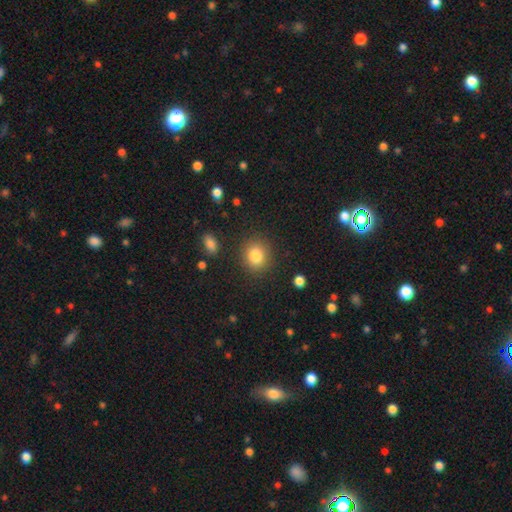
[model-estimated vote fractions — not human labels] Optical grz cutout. It shows a smooth galaxy with no disk features (84%) that is round (76%). Merging: none (86%).